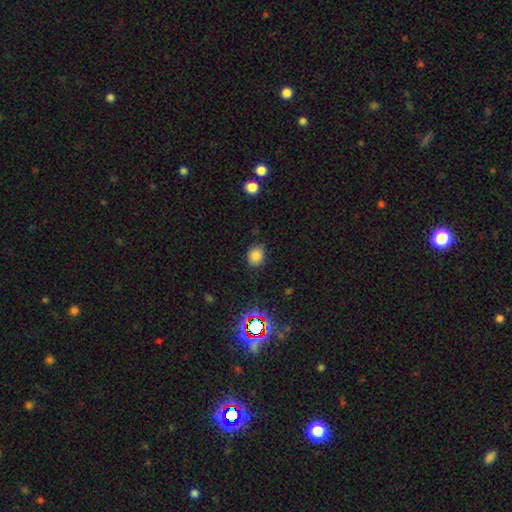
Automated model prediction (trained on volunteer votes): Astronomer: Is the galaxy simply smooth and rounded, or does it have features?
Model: smooth — 80%.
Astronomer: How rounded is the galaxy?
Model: round — 68%.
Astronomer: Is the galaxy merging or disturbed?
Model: none — 80%.